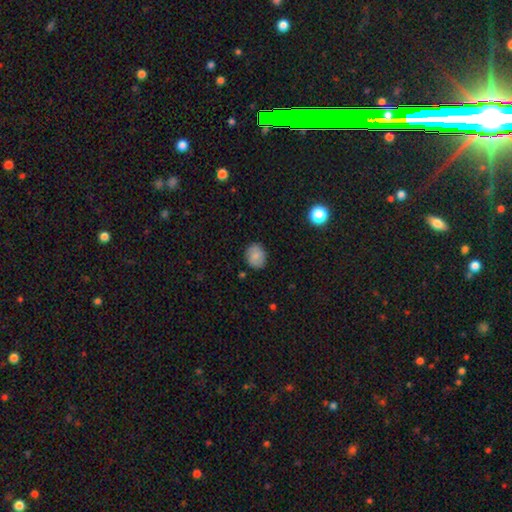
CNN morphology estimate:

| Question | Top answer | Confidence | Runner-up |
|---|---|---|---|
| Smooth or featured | smooth | 83% | featured or disk (9%) |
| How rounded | round | 65% | in between (34%) |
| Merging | none | 86% | minor disturbance (11%) |